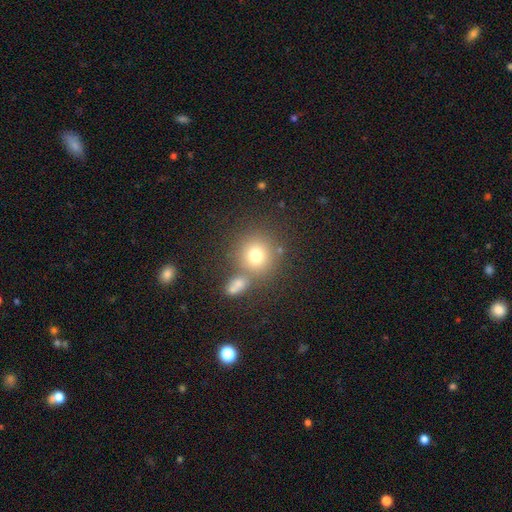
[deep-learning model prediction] Smooth or featured? Predicted: smooth (p=0.74). How rounded? Predicted: round (p=0.90). Merging? Predicted: none (p=0.67).